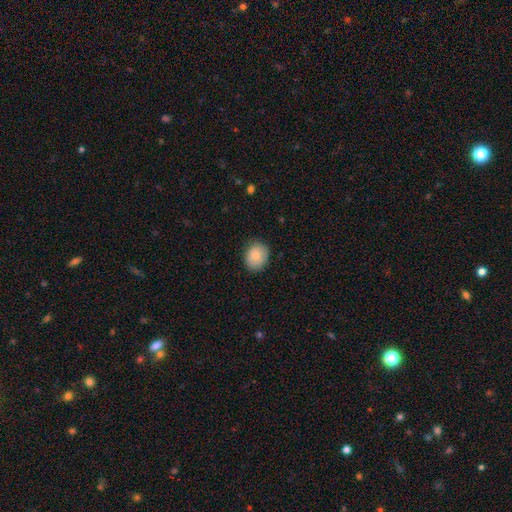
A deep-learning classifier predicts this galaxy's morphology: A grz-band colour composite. It shows a smooth galaxy with no disk features (86%) that is round (55%). Merging: none (82%).